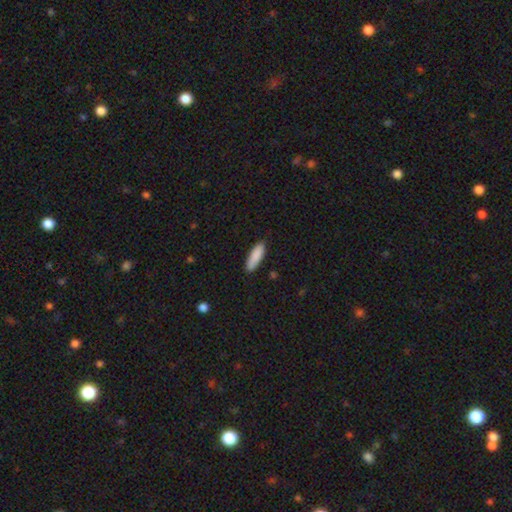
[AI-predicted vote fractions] A smooth galaxy with no disk features (89%) that is in between round and cigar-shaped (50%).

Vote fractions:
- Smooth or featured? smooth: 89% / featured or disk: 6% / star or artifact: 6%
- How rounded? in between: 50% / cigar-shaped: 49% / round: 2%
- Merging? none: 86% / minor disturbance: 11% / major disturbance: 2% / merger: 1%